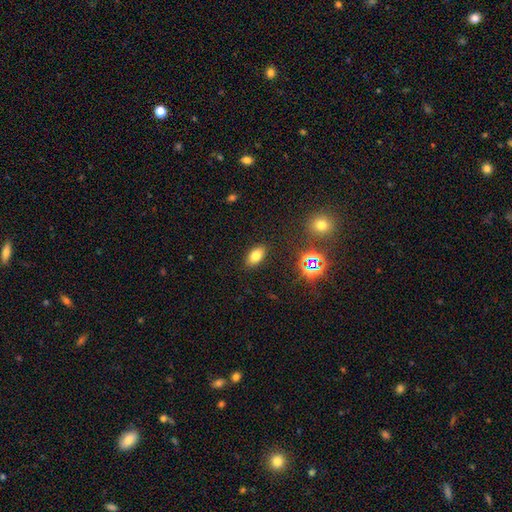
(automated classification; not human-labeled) Q: Smooth or featured?
A: smooth (73%); runner-up: star or artifact (16%)
Q: How rounded?
A: in between (88%); runner-up: round (8%)
Q: Merging?
A: none (88%); runner-up: minor disturbance (8%)